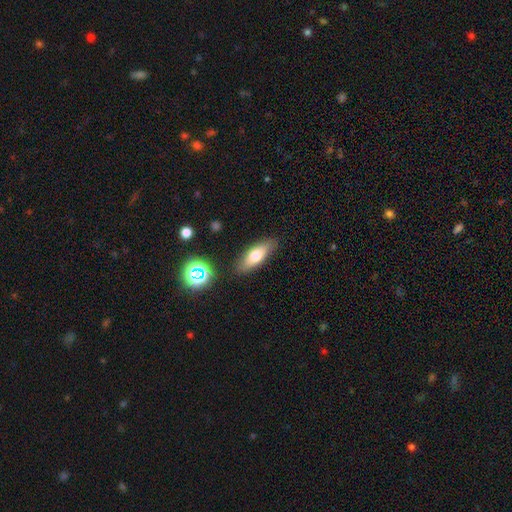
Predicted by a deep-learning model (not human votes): Smooth or featured? smooth (67%)
How rounded? in between (66%)
Merging? none (84%)